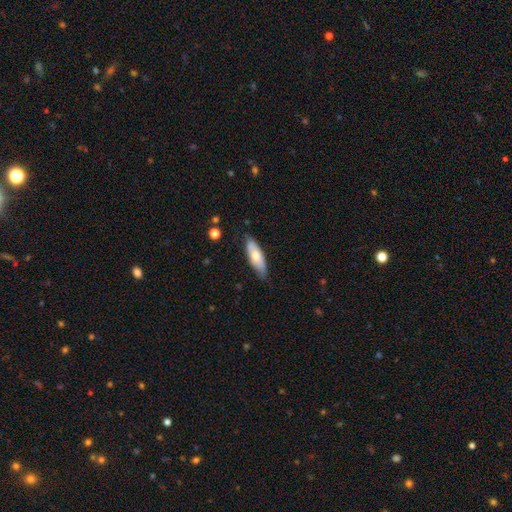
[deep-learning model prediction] Q: Smooth or featured?
A: smooth (66%); runner-up: featured or disk (28%)
Q: How rounded?
A: in between (64%); runner-up: cigar-shaped (34%)
Q: Merging?
A: none (77%); runner-up: minor disturbance (18%)